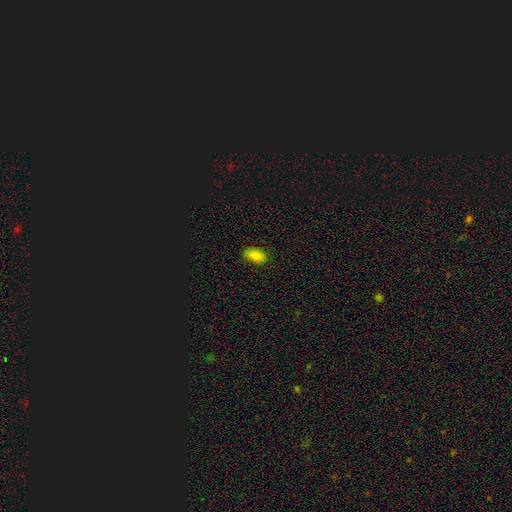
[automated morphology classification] smooth 85%, star or artifact 10%, featured or disk 5%. Down the decision tree: how rounded — in between (92%); merging — none (85%).